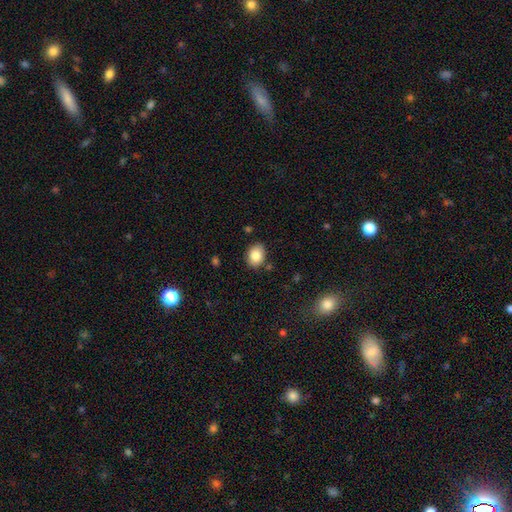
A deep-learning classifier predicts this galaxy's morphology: type=smooth (83%); roundness=in between (66%); merging=none (82%).